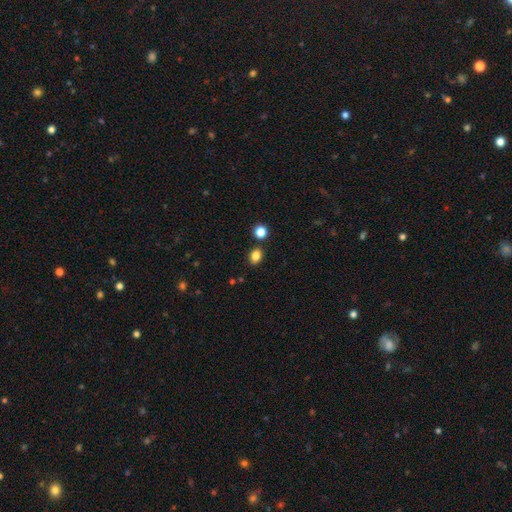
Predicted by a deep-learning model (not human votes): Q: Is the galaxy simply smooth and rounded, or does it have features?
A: smooth — 83%.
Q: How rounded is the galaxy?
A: in between — 64%.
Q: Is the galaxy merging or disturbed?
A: none — 81%.